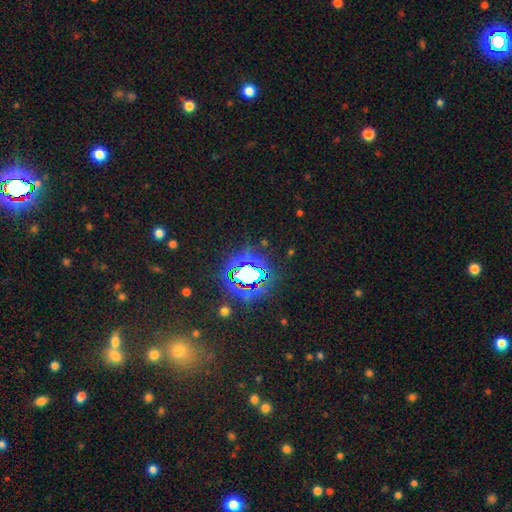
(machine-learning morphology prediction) Smooth or featured: star or artifact — 82% (smooth — 11%)